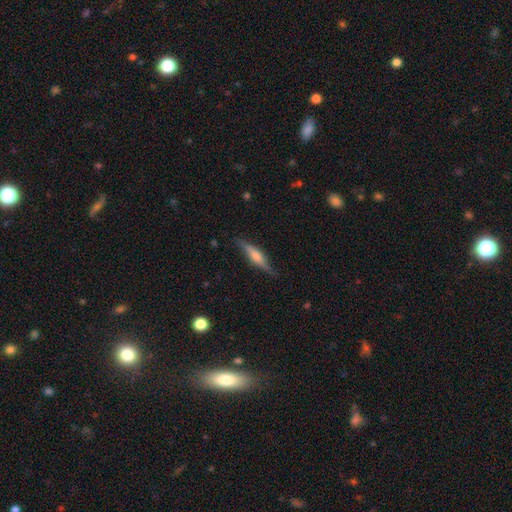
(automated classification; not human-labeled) The model was most divided on "smooth or featured": featured or disk: 60%, smooth: 34%, star or artifact: 6%. More confident: edge-on disk — yes (94%); merging — none (82%); edge-on bulge — rounded (66%).